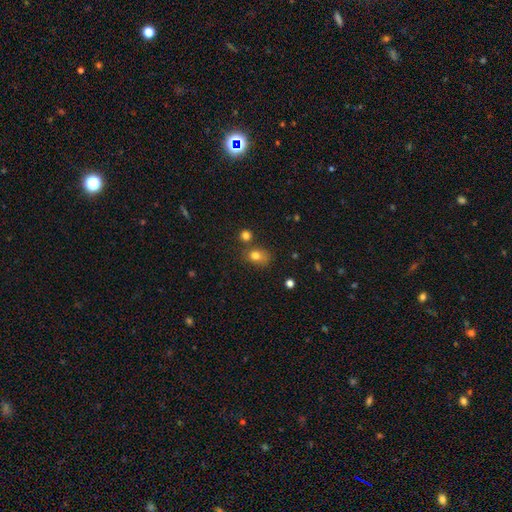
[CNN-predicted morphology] The model was most divided on "how rounded": in between: 53%, round: 45%, cigar-shaped: 1%. More confident: smooth or featured — smooth (78%); merging — none (52%).